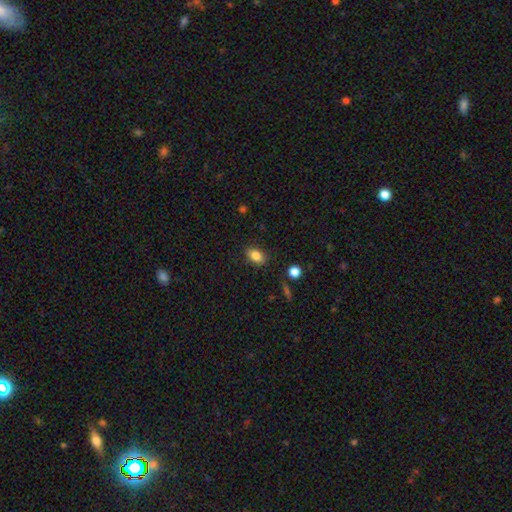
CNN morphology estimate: This appears to be a smooth galaxy with no disk features (85%) that is in between round and cigar-shaped (83%). Merging: none (84%).